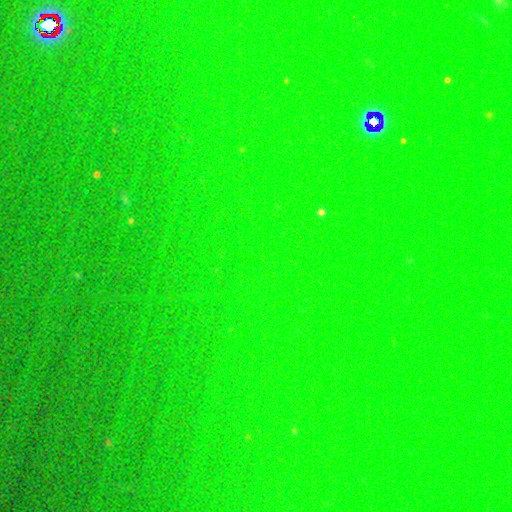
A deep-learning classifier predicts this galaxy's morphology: The model was most divided on "smooth or featured": star or artifact: 81%, smooth: 11%, featured or disk: 8%.